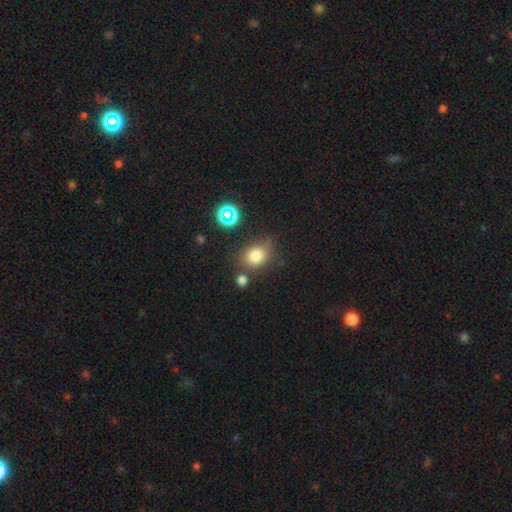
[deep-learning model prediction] smooth 76%, star or artifact 15%, featured or disk 9%. Down the decision tree: how rounded — round (53%); merging — none (64%).